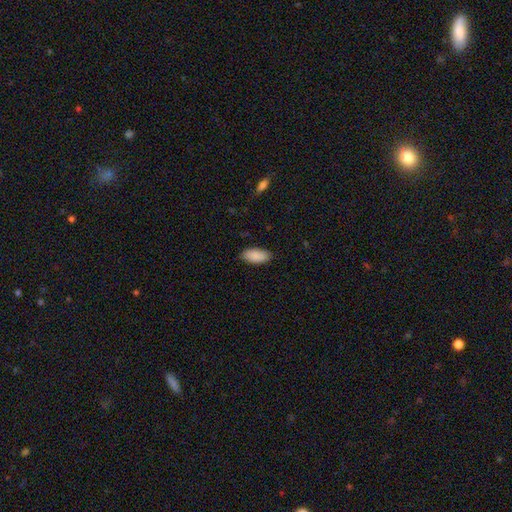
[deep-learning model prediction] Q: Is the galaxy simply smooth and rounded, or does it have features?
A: smooth — 88%.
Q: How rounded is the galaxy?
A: in between — 93%.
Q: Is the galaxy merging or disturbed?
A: none — 83%.